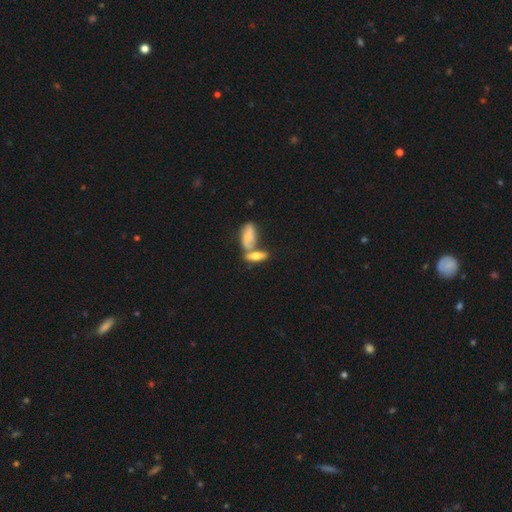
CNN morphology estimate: smooth-or-featured: smooth: 62% | featured or disk: 29% | star or artifact: 8%
  how-rounded: in between: 67% | cigar-shaped: 30% | round: 3%
  merging: merger: 49% | none: 38% | minor disturbance: 9% | major disturbance: 4%